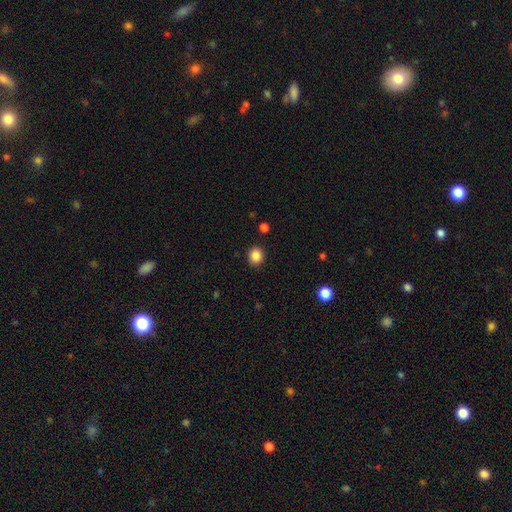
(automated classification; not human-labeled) Overall: smooth (86%). How rounded: round (75%). Merging: none (90%).